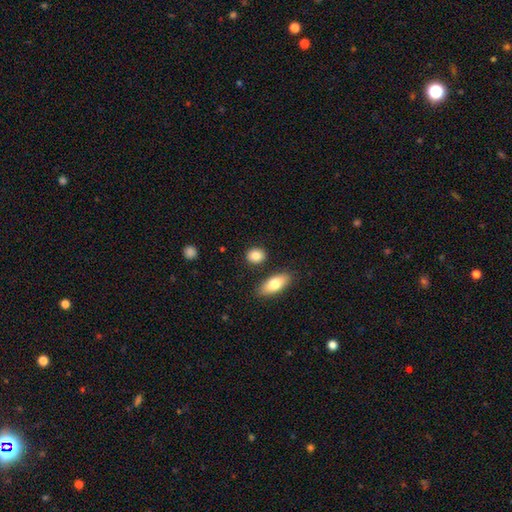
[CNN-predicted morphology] A smooth galaxy with no disk features (84%) that is round (50%).

Vote fractions:
- Smooth or featured? smooth: 84% / featured or disk: 8% / star or artifact: 8%
- How rounded? round: 50% / in between: 47% / cigar-shaped: 3%
- Merging? none: 83% / minor disturbance: 9% / merger: 6% / major disturbance: 3%